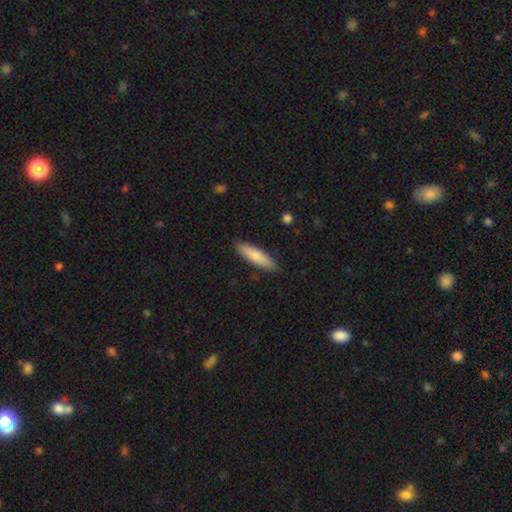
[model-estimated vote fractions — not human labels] A smooth galaxy with no disk features (79%) that is cigar-shaped (71%). Merging: none (88%).